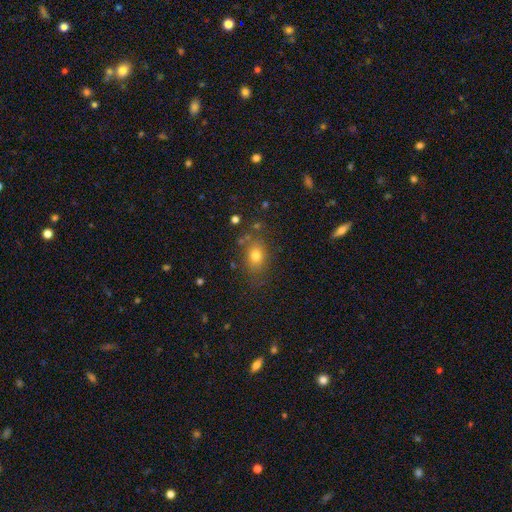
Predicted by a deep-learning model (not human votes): The model was most divided on "how rounded": in between: 65%, round: 32%, cigar-shaped: 2%. More confident: merging — none (78%); smooth or featured — smooth (73%).